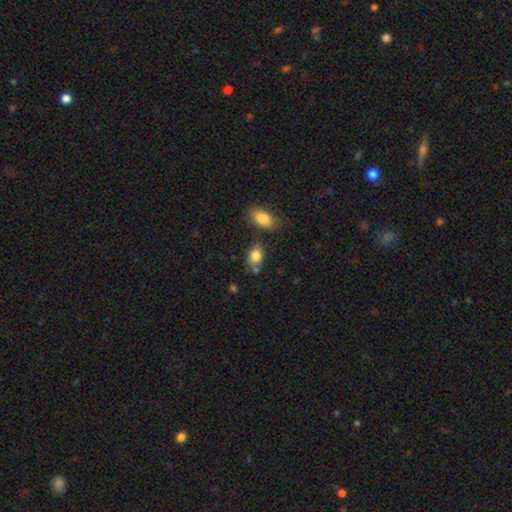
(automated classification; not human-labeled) Smooth or featured? smooth (83%)
How rounded? in between (78%)
Merging? none (65%)